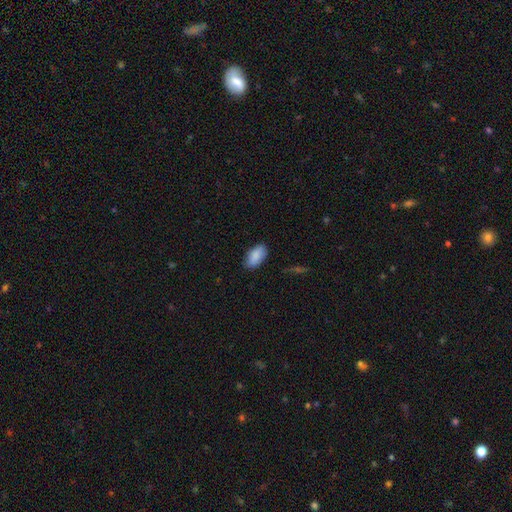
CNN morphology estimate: Smooth or featured? Predicted: smooth (p=0.88). How rounded? Predicted: in between (p=0.94). Merging? Predicted: none (p=0.82).